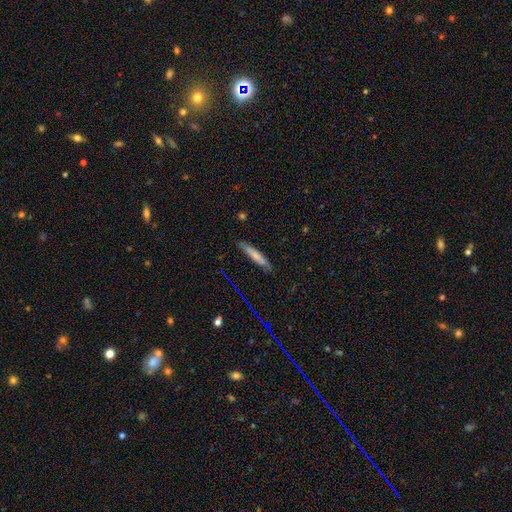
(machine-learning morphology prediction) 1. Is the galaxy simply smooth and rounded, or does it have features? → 65% smooth, 27% featured or disk, 8% star or artifact.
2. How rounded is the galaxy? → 90% cigar-shaped, 8% in between, 2% round.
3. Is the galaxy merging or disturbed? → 82% none, 14% minor disturbance, 2% major disturbance, 1% merger.